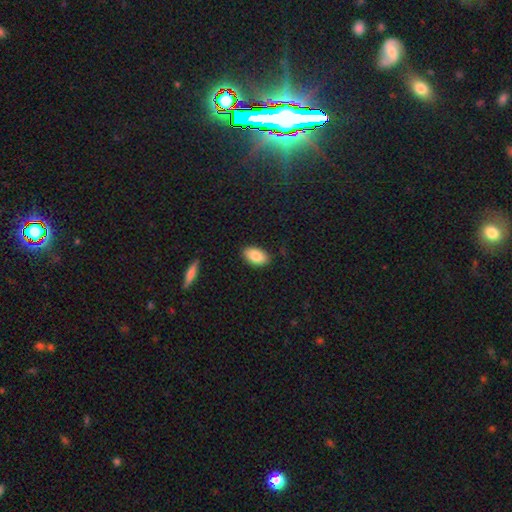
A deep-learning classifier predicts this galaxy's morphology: A smooth galaxy with no disk features (85%) that is in between round and cigar-shaped (93%).

Vote fractions:
- Smooth or featured? smooth: 85% / featured or disk: 8% / star or artifact: 7%
- How rounded? in between: 93% / round: 5% / cigar-shaped: 2%
- Merging? none: 87% / minor disturbance: 10% / major disturbance: 2% / merger: 1%